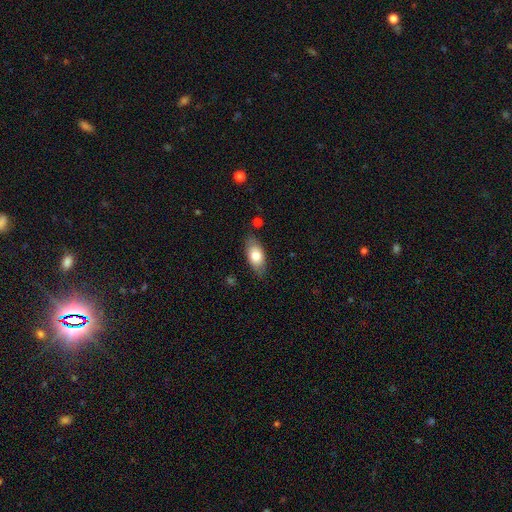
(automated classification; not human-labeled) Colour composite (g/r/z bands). It shows a smooth galaxy with no disk features (77%) that is in between round and cigar-shaped (89%). Merging: none (81%).